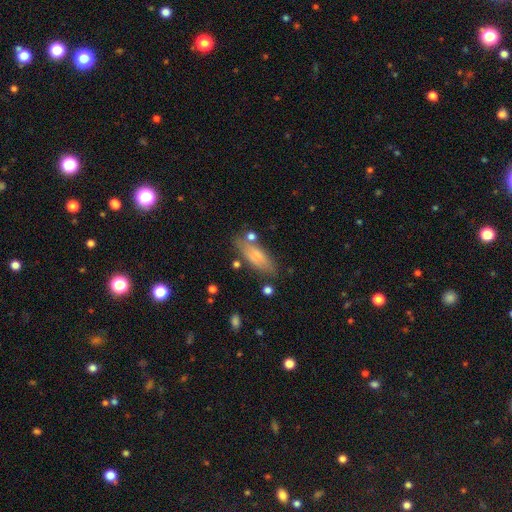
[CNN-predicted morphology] Smooth or featured: smooth — 65% (featured or disk — 27%)
How rounded: in between — 62% (cigar-shaped — 36%)
Merging: none — 67% (minor disturbance — 20%)